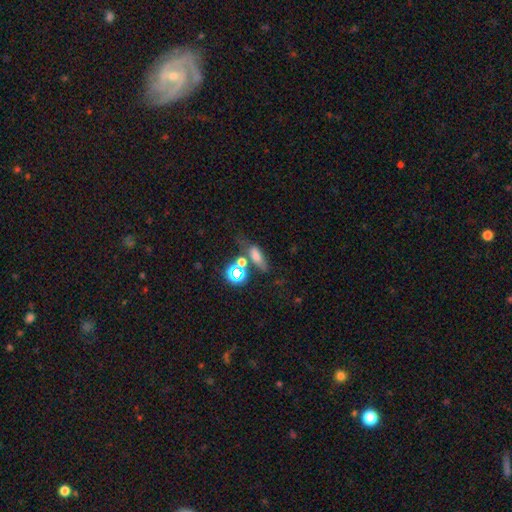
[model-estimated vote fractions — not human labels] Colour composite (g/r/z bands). It shows a smooth galaxy with no disk features (60%) that is in between round and cigar-shaped (55%). Merging: none (47%).